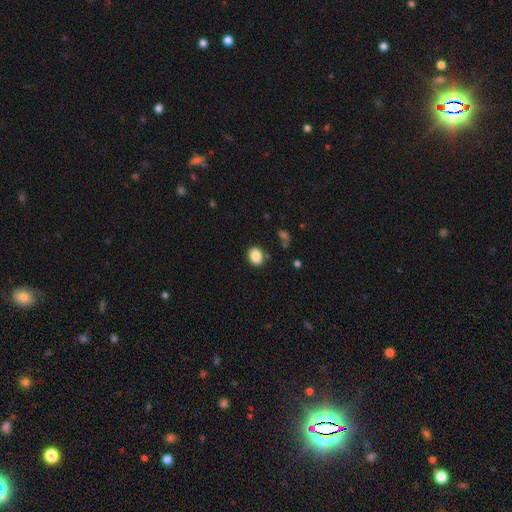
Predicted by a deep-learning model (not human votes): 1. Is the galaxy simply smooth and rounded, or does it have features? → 87% smooth, 9% star or artifact, 4% featured or disk.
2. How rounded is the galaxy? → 60% in between, 39% round, 1% cigar-shaped.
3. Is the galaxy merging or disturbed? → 81% none, 13% minor disturbance, 3% major disturbance, 3% merger.